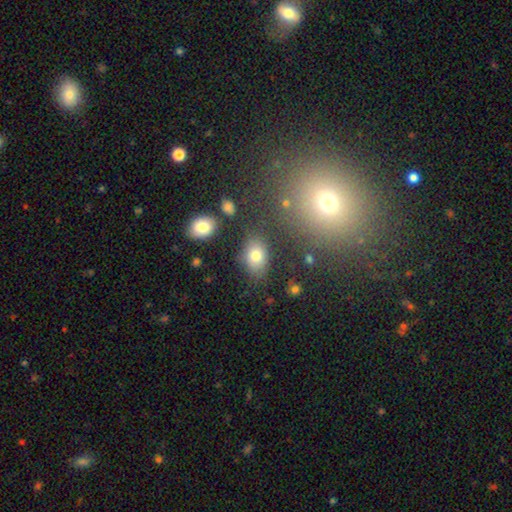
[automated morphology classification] Overall: smooth (78%). How rounded: in between (78%). Merging: none (75%).